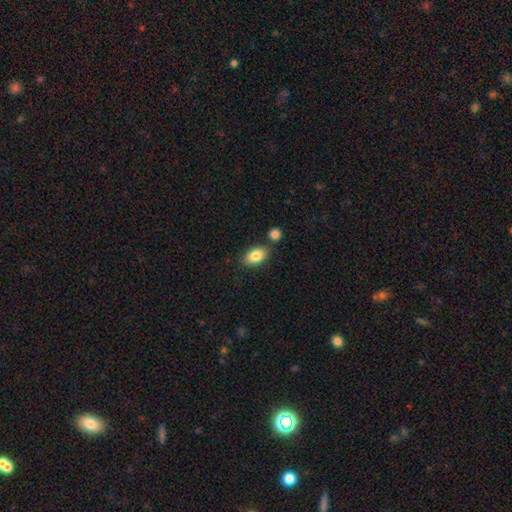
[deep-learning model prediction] Smooth or featured? smooth (85%)
How rounded? in between (91%)
Merging? none (74%)